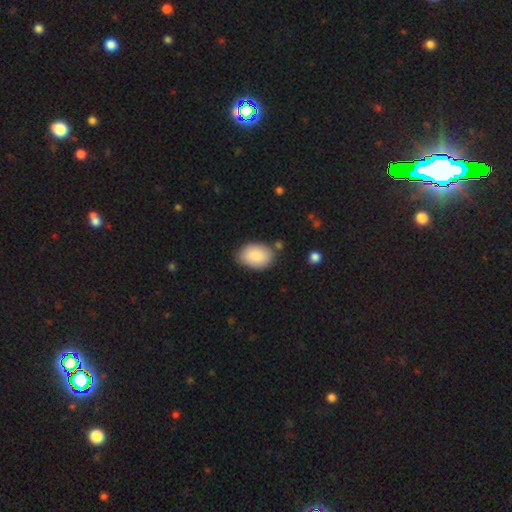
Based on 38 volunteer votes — smooth 95%, featured or disk 3%, star or artifact 3%. Down the decision tree: how rounded — in between (81%); merging — none (81%).